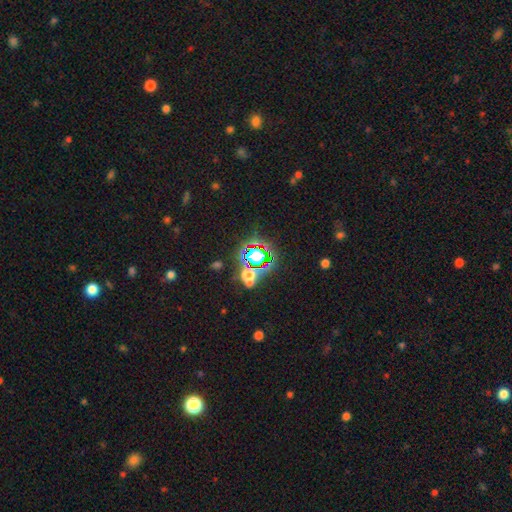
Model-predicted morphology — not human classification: This is likely a star or artifact rather than a galaxy (66%).